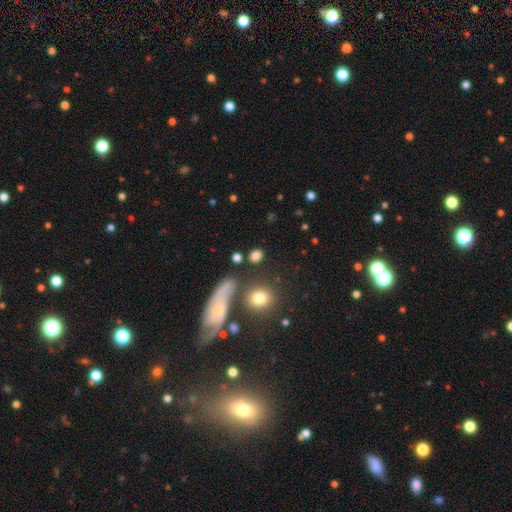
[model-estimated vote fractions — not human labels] Smooth or featured? smooth (78%)
How rounded? round (48%)
Merging? none (73%)